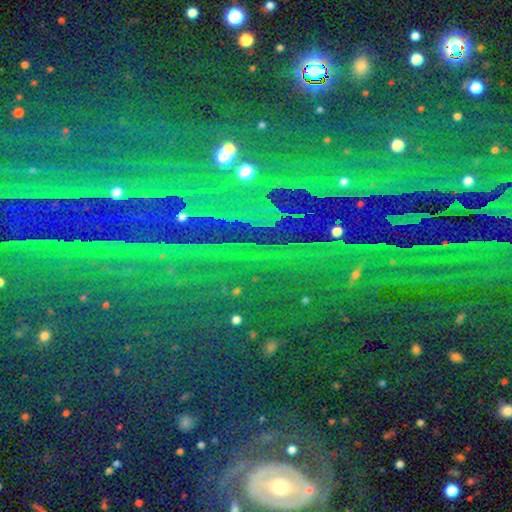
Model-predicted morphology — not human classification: smooth_or_featured: star or artifact (p=0.86) [alt: smooth p=0.07]